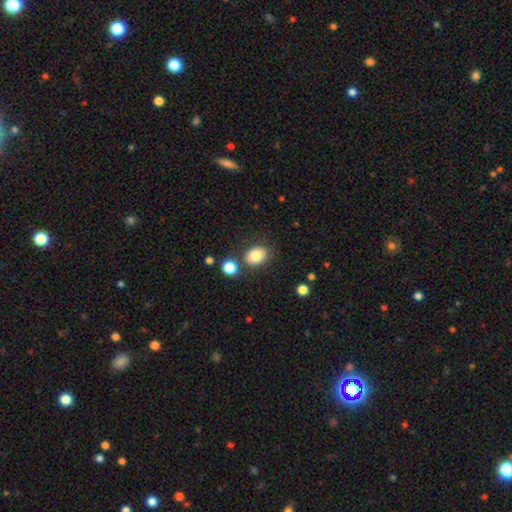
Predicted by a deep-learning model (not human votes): smooth_or_featured: smooth (p=0.82) [alt: star or artifact p=0.09]
how_rounded: in between (p=0.59) [alt: round p=0.40]
merging: none (p=0.77) [alt: minor disturbance p=0.12]